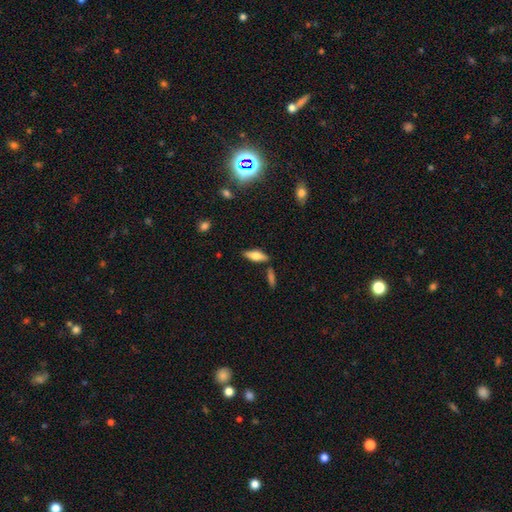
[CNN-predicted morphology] This is possibly a smooth galaxy (59%). How rounded: likely in between (62%). Merging: likely none (78%).